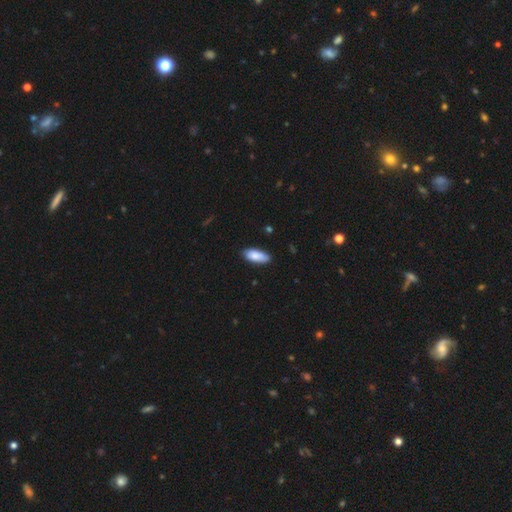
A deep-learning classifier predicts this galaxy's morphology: smooth_or_featured: smooth (p=0.87) [alt: featured or disk p=0.07]
how_rounded: in between (p=0.85) [alt: cigar-shaped p=0.13]
merging: none (p=0.83) [alt: minor disturbance p=0.14]